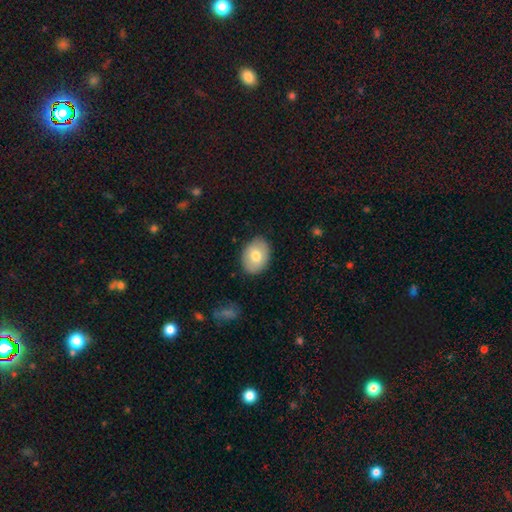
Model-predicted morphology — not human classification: The model was most divided on "how rounded": in between: 73%, round: 27%, cigar-shaped: 1%. More confident: merging — none (86%); smooth or featured — smooth (72%).